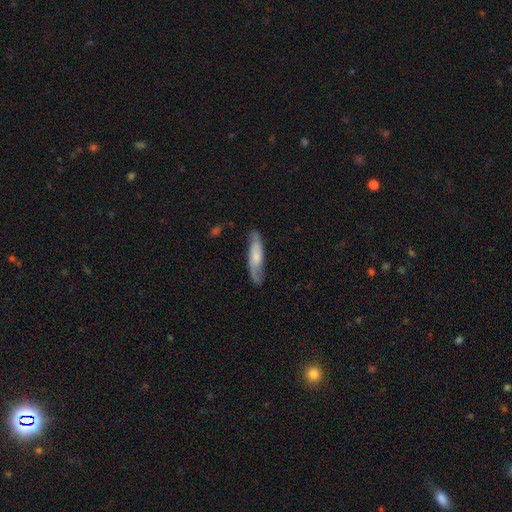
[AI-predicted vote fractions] This appears to be a smooth galaxy with no disk features (50%). Merging: none (75%).